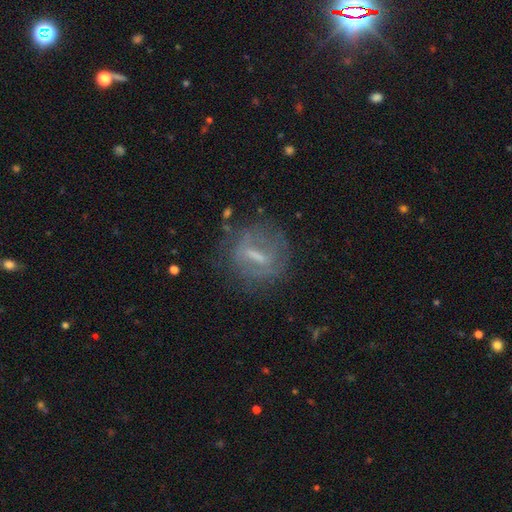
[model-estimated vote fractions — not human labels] Q: Smooth or featured?
A: featured or disk (62%); runner-up: smooth (26%)
Q: Edge-on disk?
A: no (85%); runner-up: yes (15%)
Q: Bar?
A: strong (49%); runner-up: weak (37%)
Q: Spiral arms?
A: no (58%); runner-up: yes (42%)
Q: Bulge size?
A: small (36%); runner-up: moderate (31%)
Q: Merging?
A: none (69%); runner-up: minor disturbance (17%)